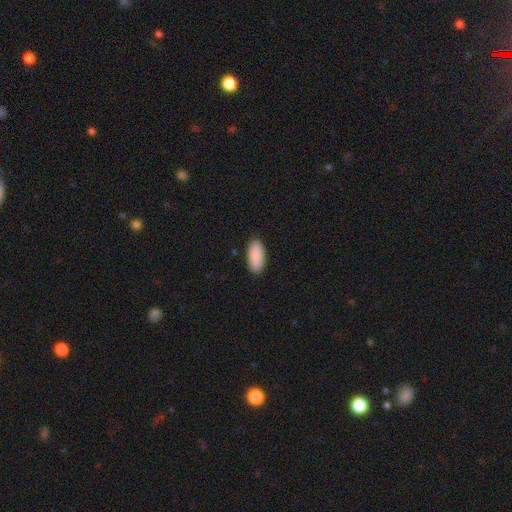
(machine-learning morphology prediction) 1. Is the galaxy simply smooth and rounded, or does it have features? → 91% smooth, 6% star or artifact, 3% featured or disk.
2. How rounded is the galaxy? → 90% in between, 8% cigar-shaped, 2% round.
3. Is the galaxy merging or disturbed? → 90% none, 8% minor disturbance, 2% major disturbance, 1% merger.